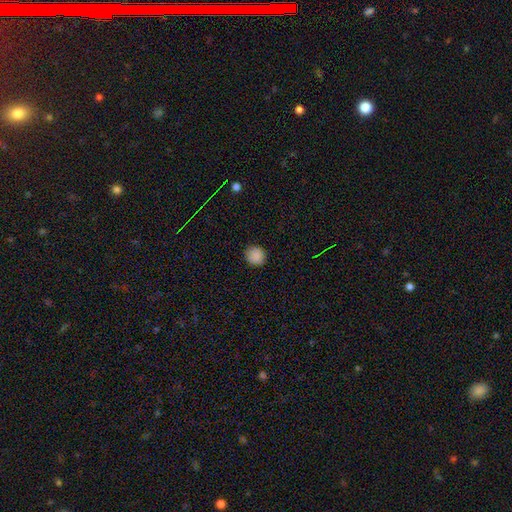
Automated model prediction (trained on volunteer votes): Smooth or featured: smooth — 87% (star or artifact — 10%)
How rounded: round — 88% (in between — 11%)
Merging: none — 88% (minor disturbance — 8%)